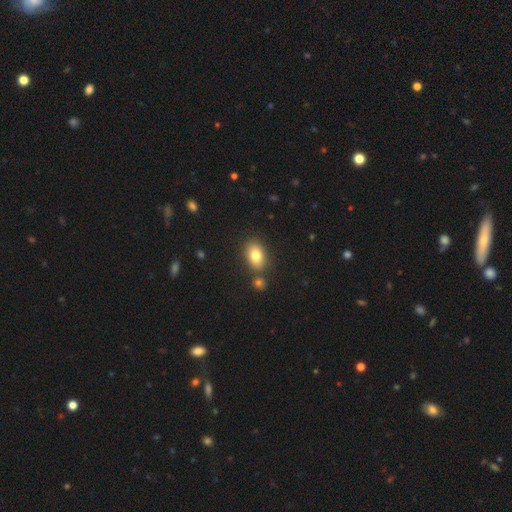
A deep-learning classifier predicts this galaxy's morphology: A smooth galaxy with no disk features (80%) that is in between round and cigar-shaped (84%).

Vote fractions:
- Smooth or featured? smooth: 80% / featured or disk: 11% / star or artifact: 9%
- How rounded? in between: 84% / round: 15% / cigar-shaped: 2%
- Merging? none: 77% / minor disturbance: 11% / merger: 9% / major disturbance: 3%